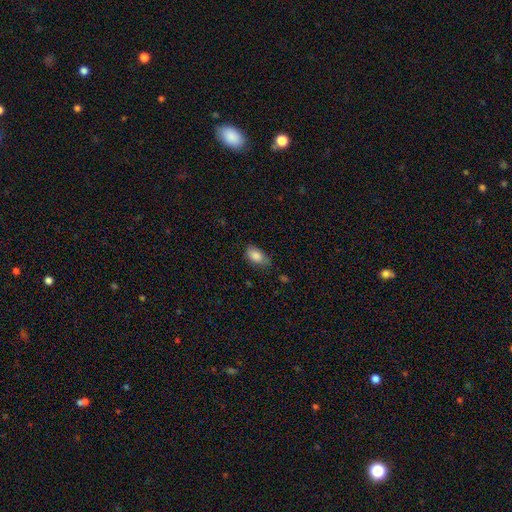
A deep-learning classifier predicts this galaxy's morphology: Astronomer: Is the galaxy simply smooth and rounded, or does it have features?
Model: smooth — 86%.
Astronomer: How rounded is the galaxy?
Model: in between — 90%.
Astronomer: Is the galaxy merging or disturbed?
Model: none — 61%.